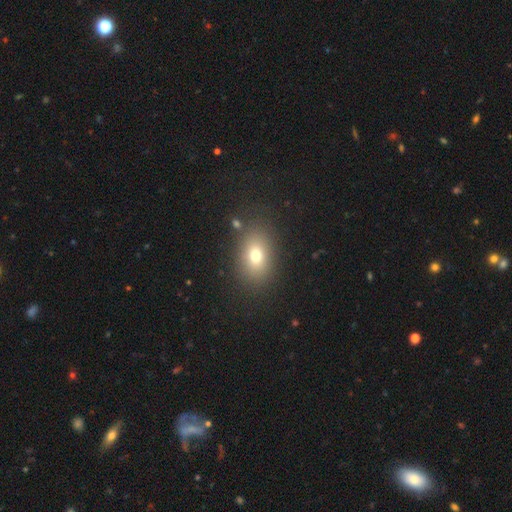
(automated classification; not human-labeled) Smooth or featured? smooth (73%)
How rounded? in between (73%)
Merging? none (82%)